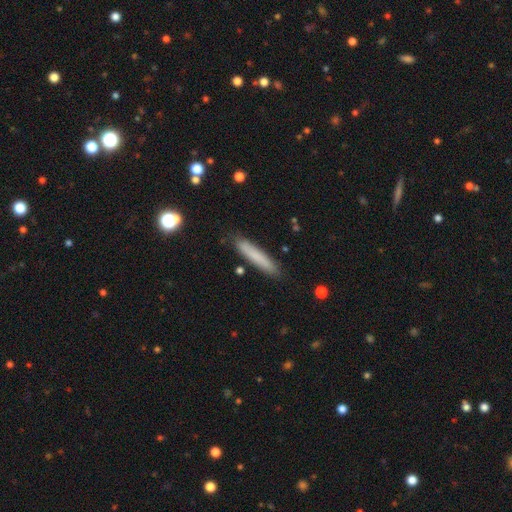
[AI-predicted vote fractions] Smooth or featured? smooth (76%)
How rounded? cigar-shaped (92%)
Merging? none (86%)